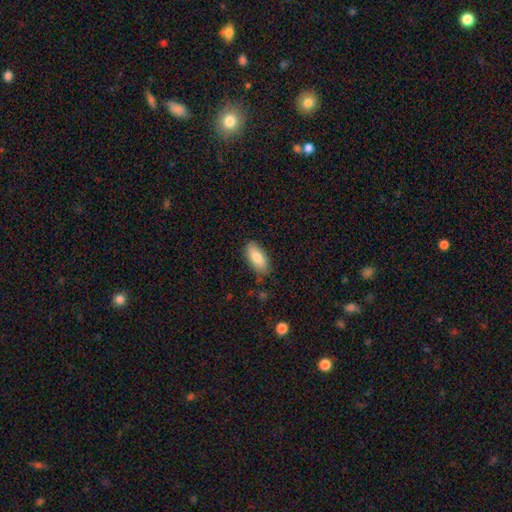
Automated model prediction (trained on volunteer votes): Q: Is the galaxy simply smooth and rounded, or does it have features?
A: smooth — 82%.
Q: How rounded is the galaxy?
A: in between — 87%.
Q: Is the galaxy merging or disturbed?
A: none — 83%.